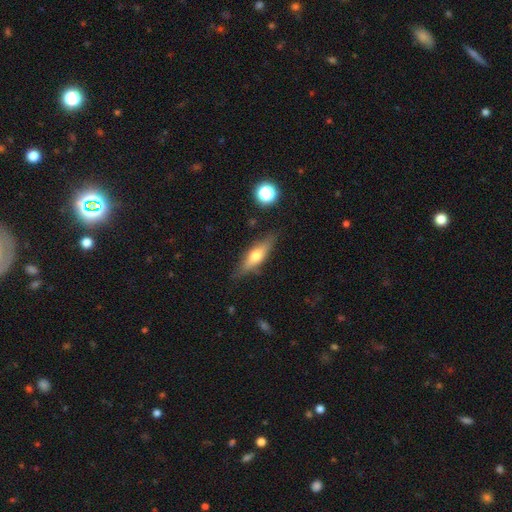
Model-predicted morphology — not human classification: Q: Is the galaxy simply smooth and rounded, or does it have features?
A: featured or disk — 47%.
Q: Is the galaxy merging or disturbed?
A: none — 82%.